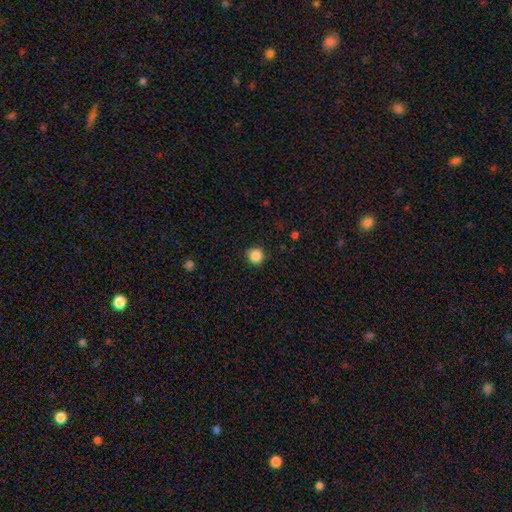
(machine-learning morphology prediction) Smooth or featured? Predicted: smooth (p=0.86). How rounded? Predicted: round (p=0.93). Merging? Predicted: none (p=0.88).